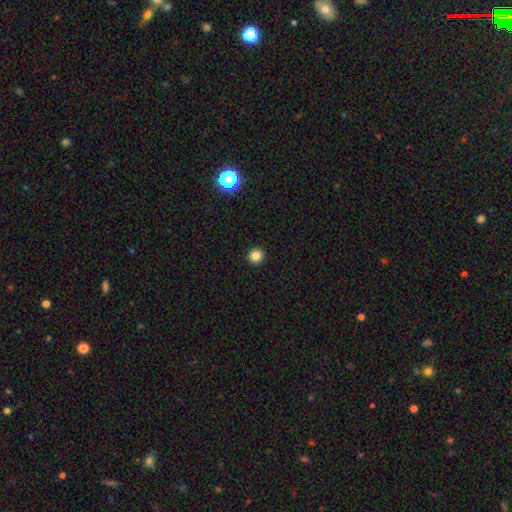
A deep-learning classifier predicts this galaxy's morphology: This is clearly a smooth galaxy (83%). How rounded: clearly round (94%). Merging: clearly none (94%).